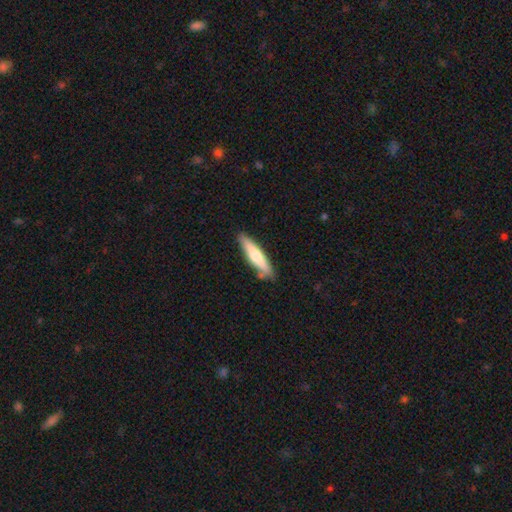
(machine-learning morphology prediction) A smooth galaxy with no disk features (60%) that is cigar-shaped (83%). Merging: none (81%).